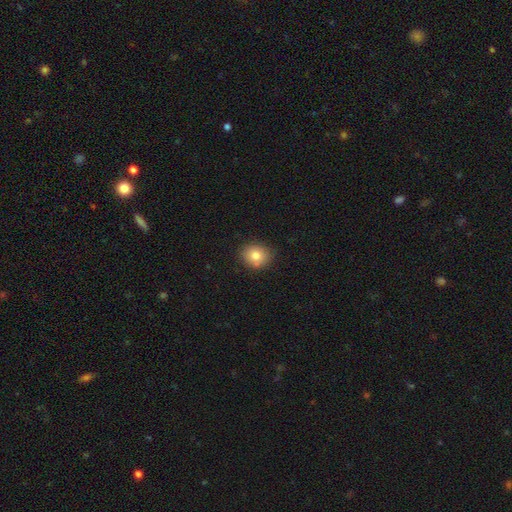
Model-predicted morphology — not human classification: smooth 80%, star or artifact 10%, featured or disk 10%. Down the decision tree: how rounded — round (74%); merging — none (83%).